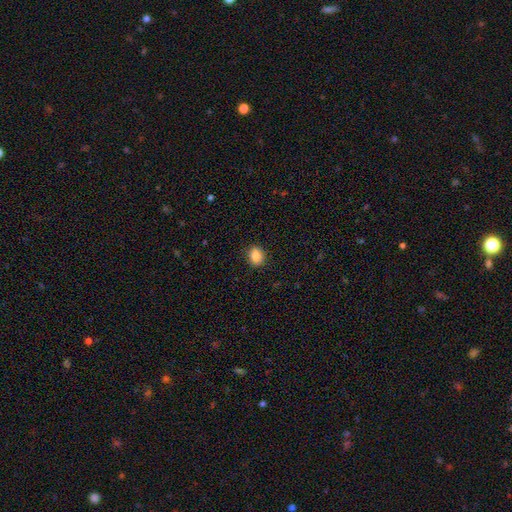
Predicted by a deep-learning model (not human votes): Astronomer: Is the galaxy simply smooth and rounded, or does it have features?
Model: smooth — 86%.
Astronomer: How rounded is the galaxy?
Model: in between — 53% (runner-up: round, 45%).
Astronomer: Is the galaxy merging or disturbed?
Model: none — 89%.